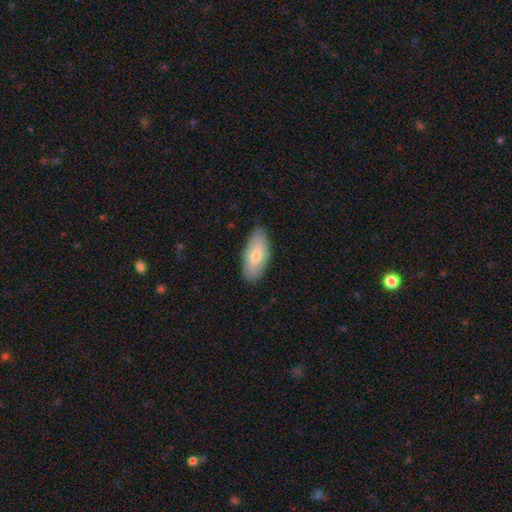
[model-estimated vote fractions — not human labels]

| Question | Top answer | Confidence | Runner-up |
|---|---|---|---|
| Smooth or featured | smooth | 66% | featured or disk (28%) |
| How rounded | in between | 88% | cigar-shaped (9%) |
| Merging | none | 83% | minor disturbance (14%) |